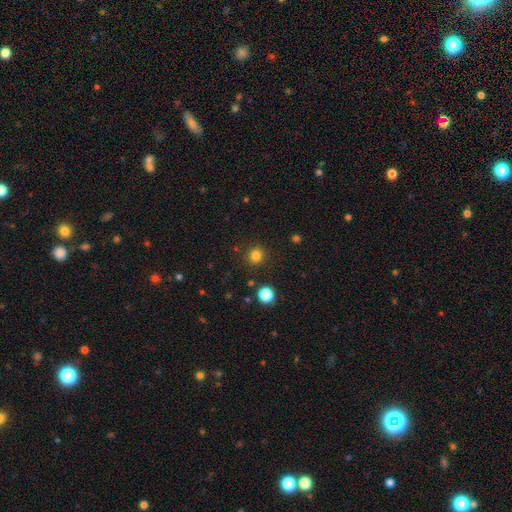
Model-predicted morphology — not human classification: smooth 81%, star or artifact 14%, featured or disk 4%. Down the decision tree: how rounded — round (91%); merging — none (89%).